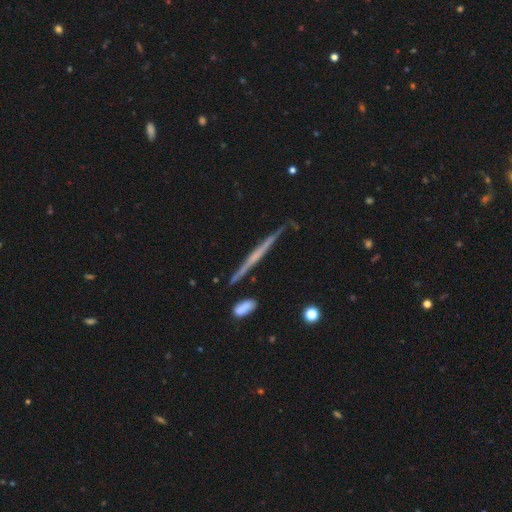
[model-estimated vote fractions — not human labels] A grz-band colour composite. It shows a featured or disk galaxy (67%) viewed edge-on (97%) with no central bulge (74%). Merging: none (84%).